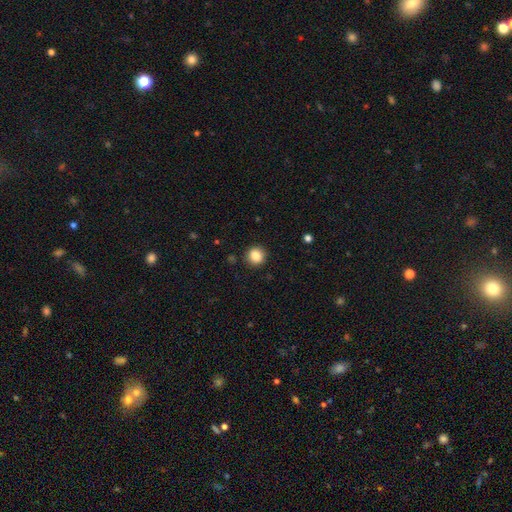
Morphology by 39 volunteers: smooth 90%, featured or disk 5%, star or artifact 5%. Down the decision tree: how rounded — round (94%); merging — none (86%).